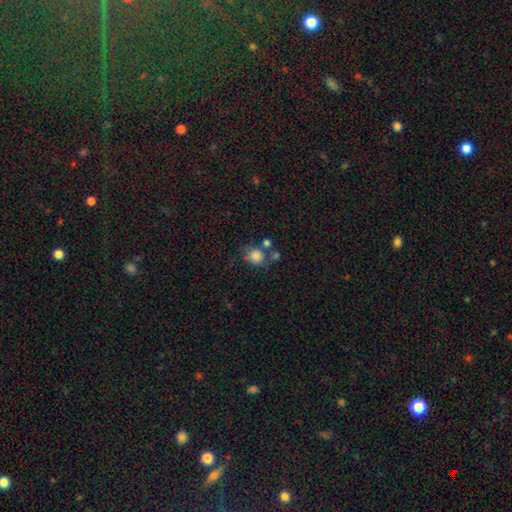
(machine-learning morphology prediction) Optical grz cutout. It shows a smooth galaxy with no disk features (81%) that is round (76%). Merging: none (53%).